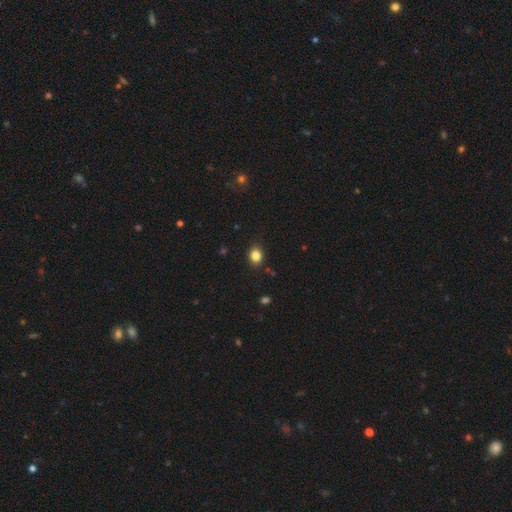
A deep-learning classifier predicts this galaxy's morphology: This is clearly a smooth galaxy (85%). How rounded: possibly round (51%). Merging: clearly none (87%).